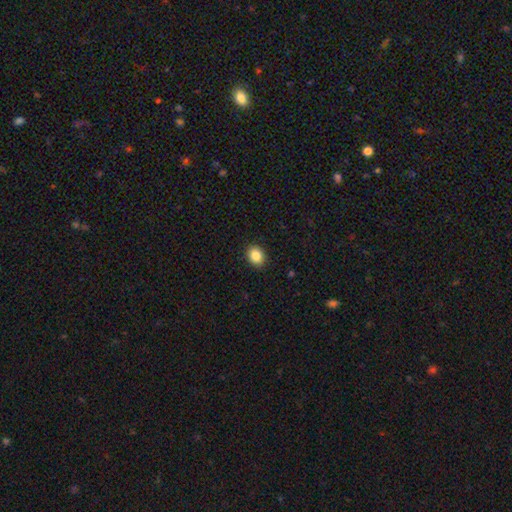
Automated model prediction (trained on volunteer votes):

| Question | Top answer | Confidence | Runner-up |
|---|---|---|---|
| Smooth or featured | smooth | 86% | star or artifact (9%) |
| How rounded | in between | 53% | round (46%) |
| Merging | none | 91% | minor disturbance (6%) |